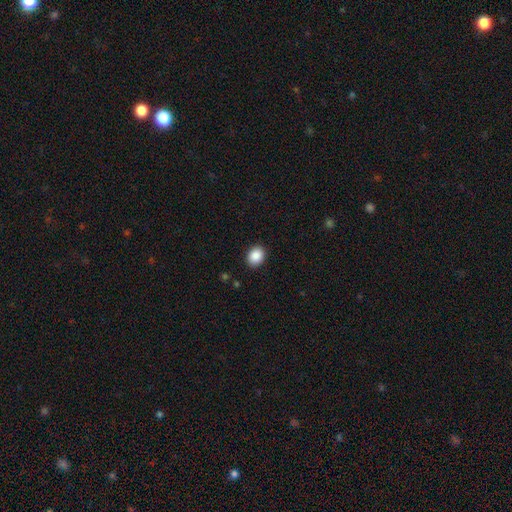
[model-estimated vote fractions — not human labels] Smooth or featured: smooth — 88% (star or artifact — 8%)
How rounded: in between — 50% (round — 49%)
Merging: none — 90% (minor disturbance — 7%)